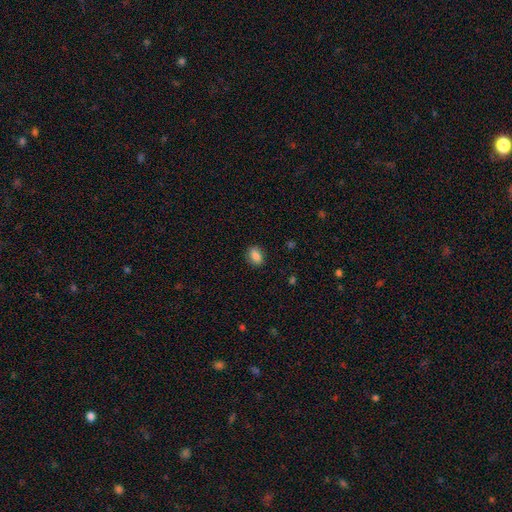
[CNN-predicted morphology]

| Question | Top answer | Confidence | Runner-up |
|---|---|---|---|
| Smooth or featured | smooth | 86% | star or artifact (9%) |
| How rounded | in between | 75% | round (23%) |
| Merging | none | 86% | minor disturbance (10%) |